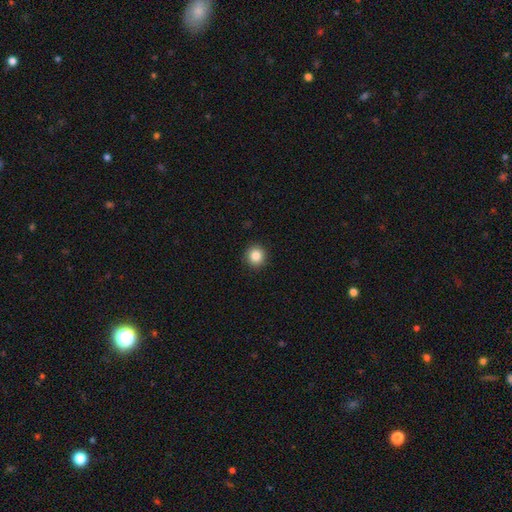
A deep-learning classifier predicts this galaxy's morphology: This is clearly a smooth galaxy (85%). How rounded: clearly round (94%). Merging: clearly none (92%).